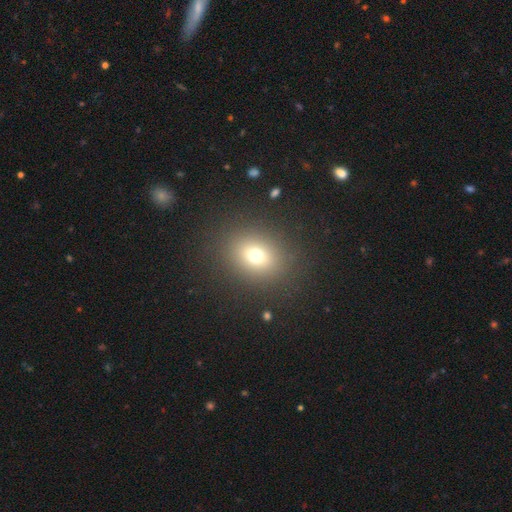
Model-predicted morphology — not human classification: type=smooth (70%); roundness=round (63%); merging=none (86%).